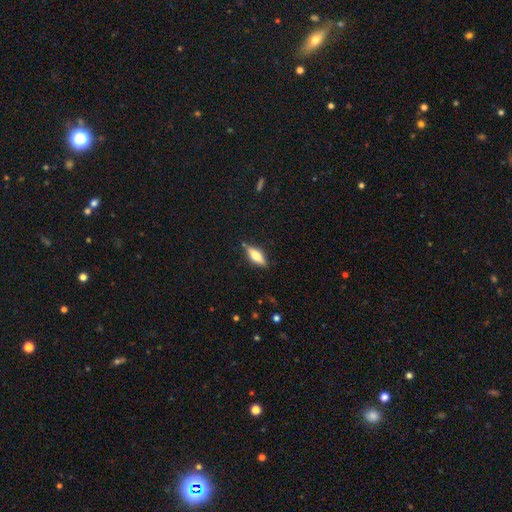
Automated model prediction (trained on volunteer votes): A smooth galaxy with no disk features (55%) that is in between round and cigar-shaped (63%).

Vote fractions:
- Smooth or featured? smooth: 55% / featured or disk: 37% / star or artifact: 7%
- How rounded? in between: 63% / cigar-shaped: 34% / round: 3%
- Merging? none: 80% / minor disturbance: 14% / major disturbance: 3% / merger: 2%